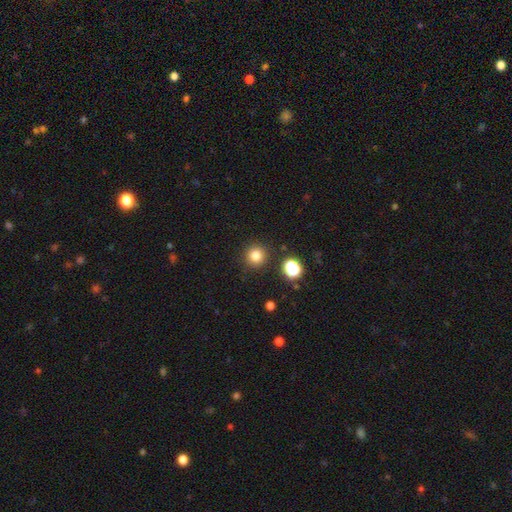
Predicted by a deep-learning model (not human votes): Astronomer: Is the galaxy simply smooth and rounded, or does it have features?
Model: smooth — 81%.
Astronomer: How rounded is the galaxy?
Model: round — 95%.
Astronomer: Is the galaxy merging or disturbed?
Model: none — 90%.